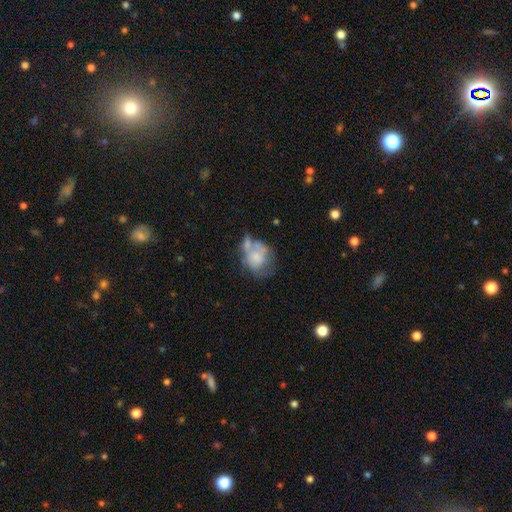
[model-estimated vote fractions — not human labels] A smooth galaxy with no disk features (55%) that is in between round and cigar-shaped (53%). Merging: merger (30%).